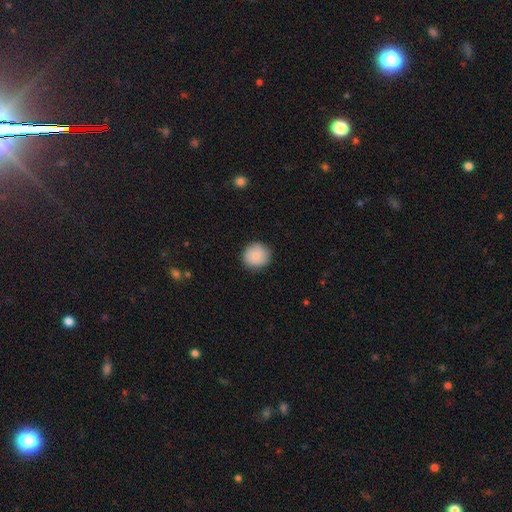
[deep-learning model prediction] Smooth or featured?
  - smooth: 84% *
  - featured or disk: 9%
  - star or artifact: 7%
How rounded?
  - round: 91% *
  - in between: 8%
  - cigar-shaped: 1%
Merging?
  - none: 89% *
  - minor disturbance: 8%
  - major disturbance: 2%
  - merger: 1%